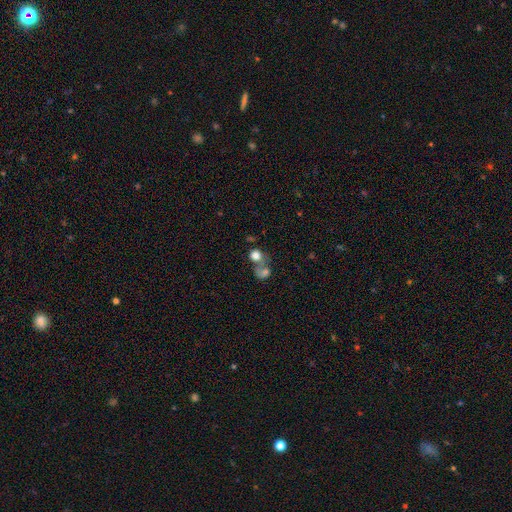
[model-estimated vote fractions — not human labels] Q: Smooth or featured?
A: smooth (74%); runner-up: featured or disk (14%)
Q: How rounded?
A: round (77%); runner-up: in between (22%)
Q: Merging?
A: merger (53%); runner-up: none (31%)